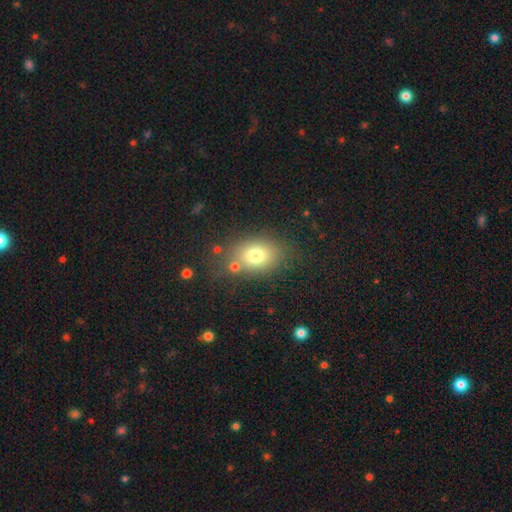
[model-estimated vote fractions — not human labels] Smooth or featured? Predicted: smooth (p=0.75). How rounded? Predicted: in between (p=0.69). Merging? Predicted: none (p=0.72).